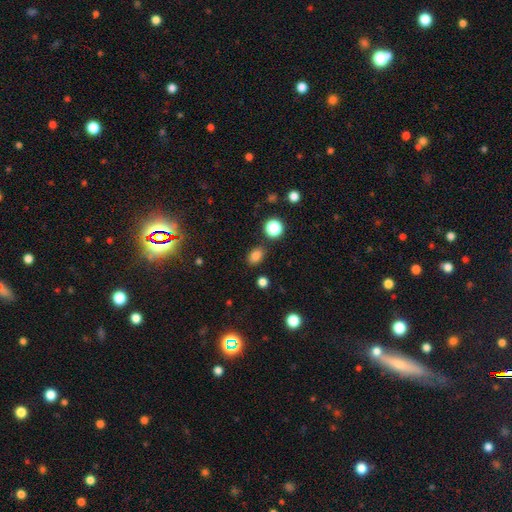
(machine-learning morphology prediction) Smooth or featured? smooth (81%)
How rounded? in between (73%)
Merging? none (83%)